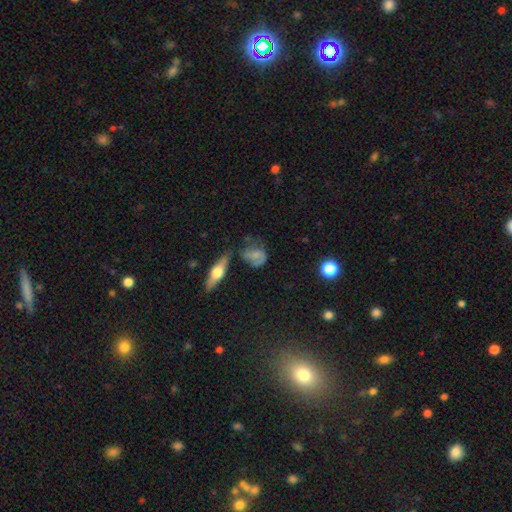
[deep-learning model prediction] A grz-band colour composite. It shows a smooth galaxy with no disk features (52%) that is in between round and cigar-shaped (53%). Merging: none (46%).